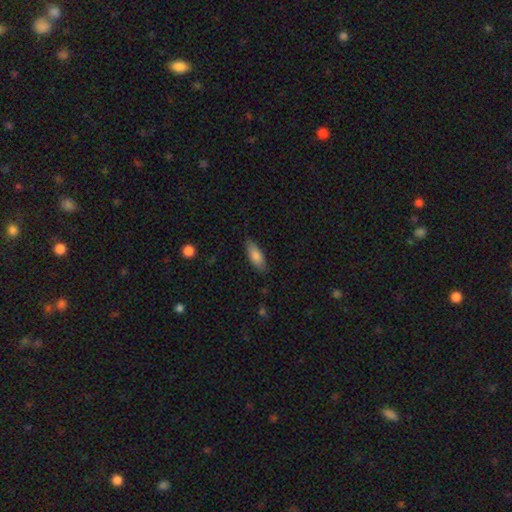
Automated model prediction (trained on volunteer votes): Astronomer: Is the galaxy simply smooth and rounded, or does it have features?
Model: smooth — 83%.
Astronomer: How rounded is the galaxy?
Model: in between — 72%.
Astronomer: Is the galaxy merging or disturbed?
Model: none — 83%.